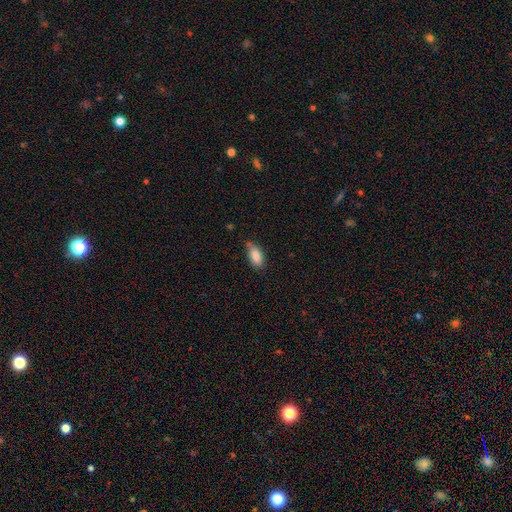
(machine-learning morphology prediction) Smooth or featured: smooth — 86% (star or artifact — 7%)
How rounded: in between — 89% (cigar-shaped — 8%)
Merging: none — 67% (minor disturbance — 26%)